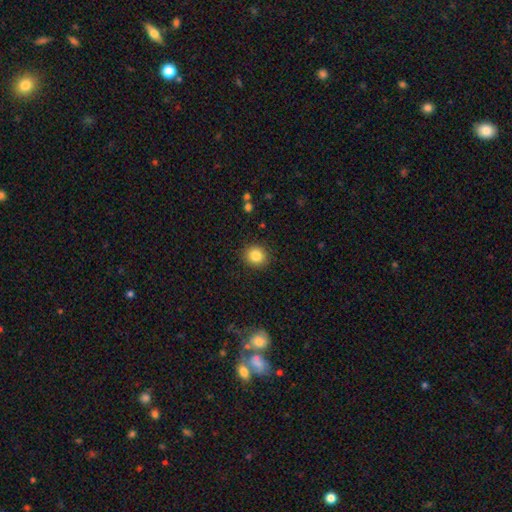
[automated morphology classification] smooth-or-featured: smooth: 84% | star or artifact: 10% | featured or disk: 6%
  how-rounded: round: 86% | in between: 13% | cigar-shaped: 1%
  merging: none: 91% | minor disturbance: 6% | major disturbance: 2% | merger: 1%